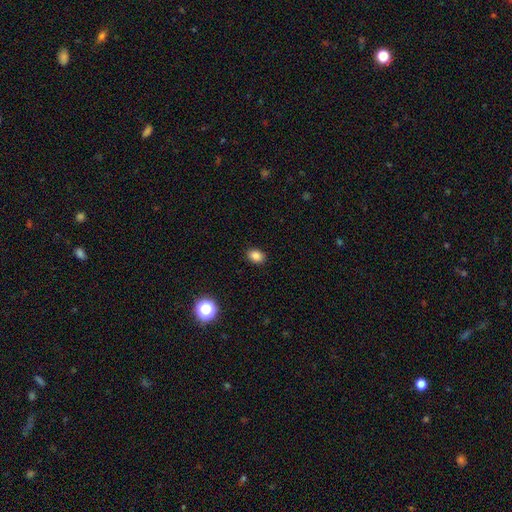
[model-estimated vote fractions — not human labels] This is clearly a smooth galaxy (85%). How rounded: likely in between (67%). Merging: clearly none (89%).